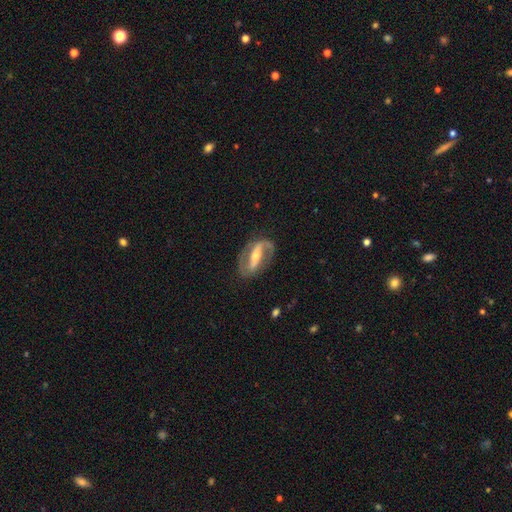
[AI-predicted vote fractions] Overall: featured or disk (87%). Edge-on disk: no (92%). Bar: strong (68%). Spiral arms: yes (89%). Spiral arm count: 2 (85%). Spiral winding: medium (45%; tight 28%). Bulge size: moderate (55%; small 39%). Merging: none (79%).